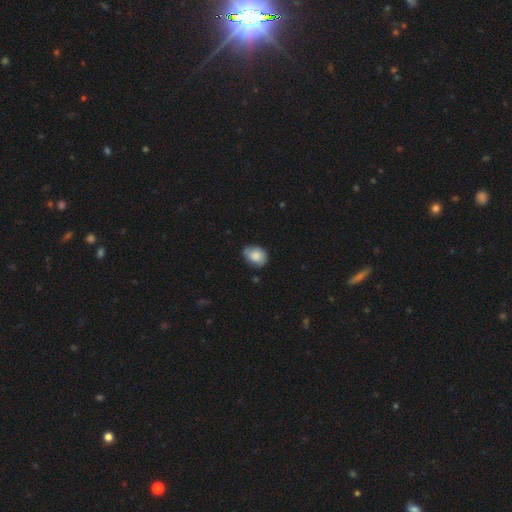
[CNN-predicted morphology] The model was most divided on "how rounded": in between: 58%, round: 41%, cigar-shaped: 1%. More confident: smooth or featured — smooth (79%); merging — none (59%).